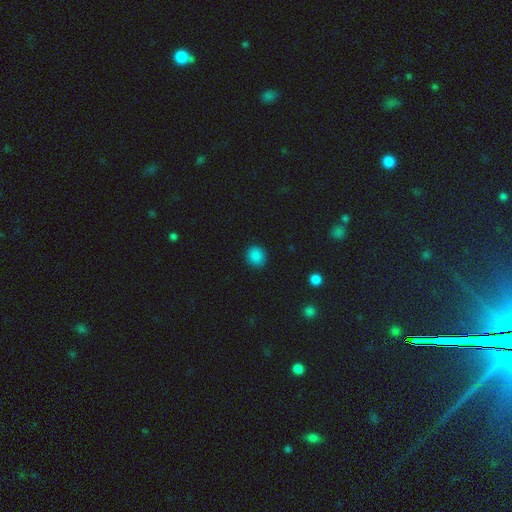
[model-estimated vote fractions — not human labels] This is clearly a smooth galaxy (86%). How rounded: clearly round (85%). Merging: clearly none (90%).